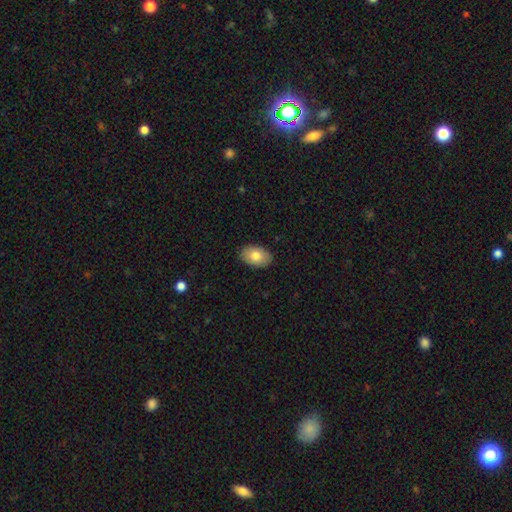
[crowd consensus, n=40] smooth 78%, featured or disk 15%, star or artifact 8%. Down the decision tree: how rounded — in between (87%); merging — none (89%).